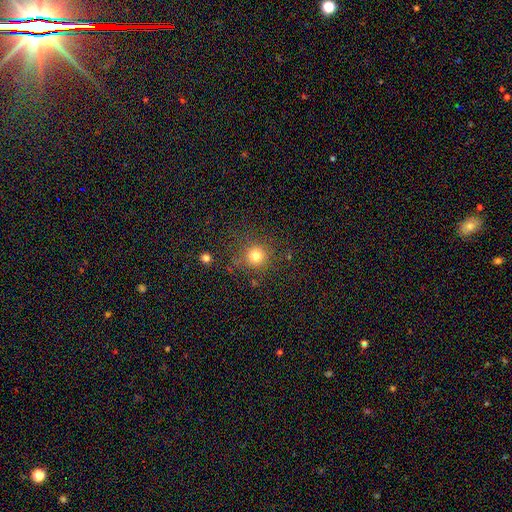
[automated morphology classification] Q: Smooth or featured?
A: smooth (78%); runner-up: star or artifact (16%)
Q: How rounded?
A: round (93%); runner-up: in between (6%)
Q: Merging?
A: none (82%); runner-up: minor disturbance (10%)